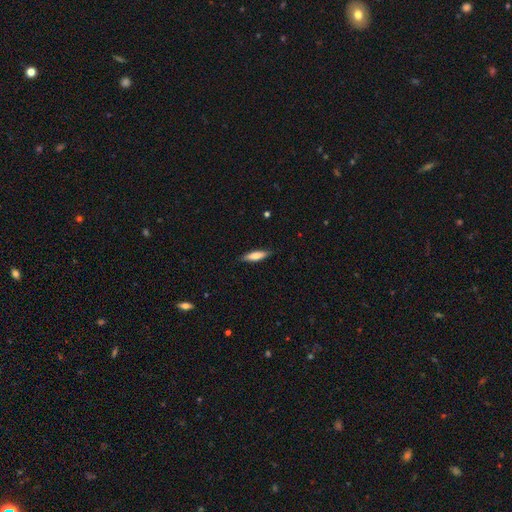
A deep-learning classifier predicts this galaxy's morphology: type=smooth (73%); roundness=cigar-shaped (68%); merging=none (87%).